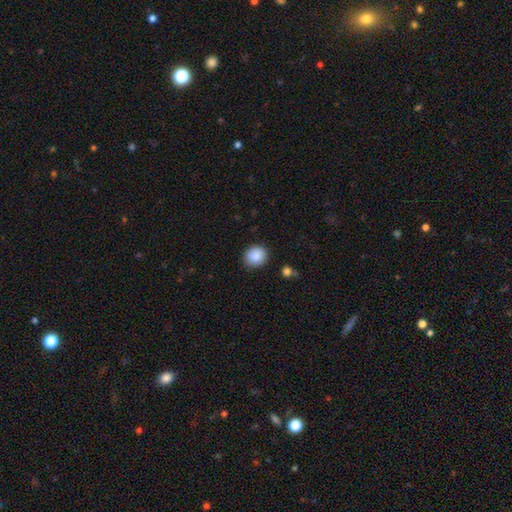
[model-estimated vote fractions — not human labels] smooth-or-featured: smooth: 89% | star or artifact: 8% | featured or disk: 3%
  how-rounded: round: 75% | in between: 24% | cigar-shaped: 1%
  merging: none: 86% | minor disturbance: 10% | major disturbance: 2% | merger: 2%